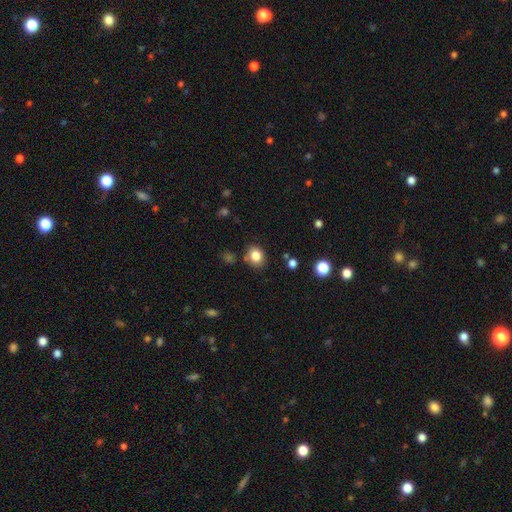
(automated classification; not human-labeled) This is clearly a smooth galaxy (82%). How rounded: likely round (68%). Merging: clearly none (81%).